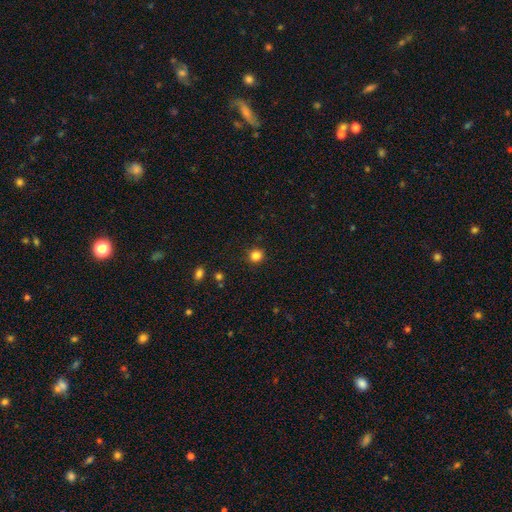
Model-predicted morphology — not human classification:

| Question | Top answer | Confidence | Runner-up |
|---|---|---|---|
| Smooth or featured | smooth | 84% | star or artifact (12%) |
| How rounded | round | 87% | in between (13%) |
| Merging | none | 88% | minor disturbance (8%) |